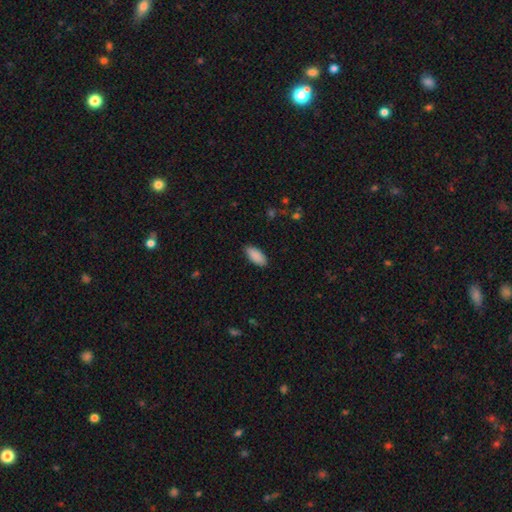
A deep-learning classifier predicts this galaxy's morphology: Smooth or featured? smooth (90%)
How rounded? in between (89%)
Merging? none (87%)